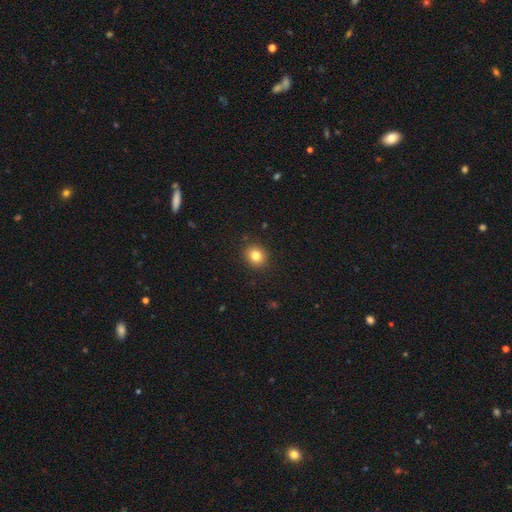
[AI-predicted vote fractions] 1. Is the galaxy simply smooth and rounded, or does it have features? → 82% smooth, 11% star or artifact, 7% featured or disk.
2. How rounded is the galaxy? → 76% round, 23% in between, 1% cigar-shaped.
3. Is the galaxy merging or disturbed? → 90% none, 7% minor disturbance, 2% major disturbance, 1% merger.